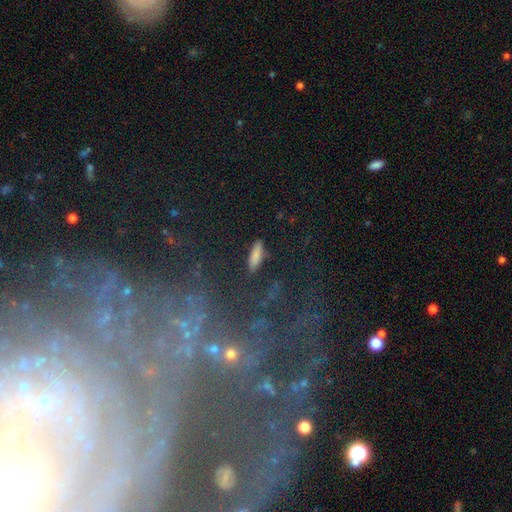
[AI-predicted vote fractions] smooth_or_featured: smooth (p=0.81) [alt: featured or disk p=0.10]
how_rounded: cigar-shaped (p=0.64) [alt: in between p=0.34]
merging: none (p=0.82) [alt: minor disturbance p=0.12]